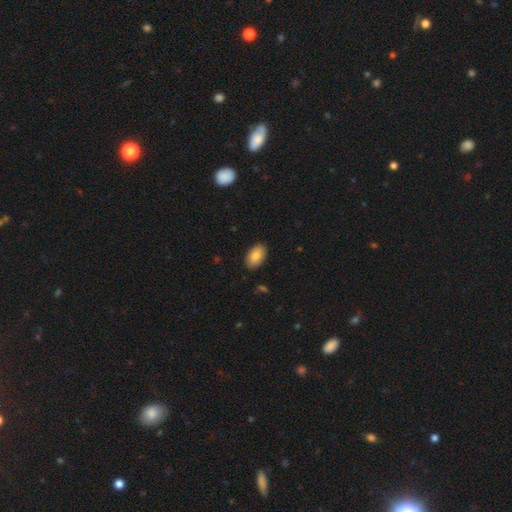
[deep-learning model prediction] Overall: smooth (87%). How rounded: in between (94%). Merging: none (88%).